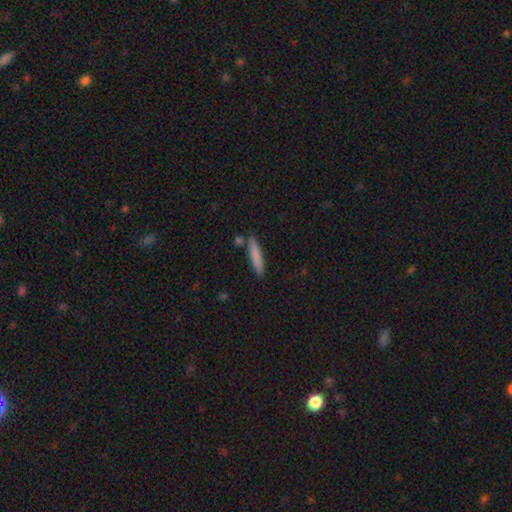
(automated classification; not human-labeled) smooth 81%, featured or disk 13%, star or artifact 6%. Down the decision tree: how rounded — cigar-shaped (91%); merging — none (84%).